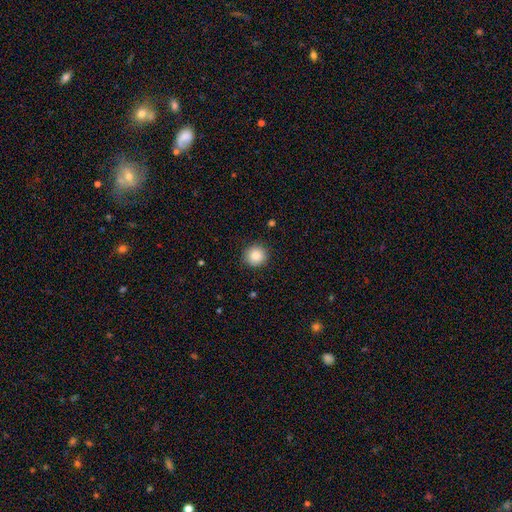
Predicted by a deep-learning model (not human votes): smooth_or_featured: smooth (p=0.85) [alt: star or artifact p=0.09]
how_rounded: round (p=0.94) [alt: in between p=0.05]
merging: none (p=0.90) [alt: minor disturbance p=0.07]